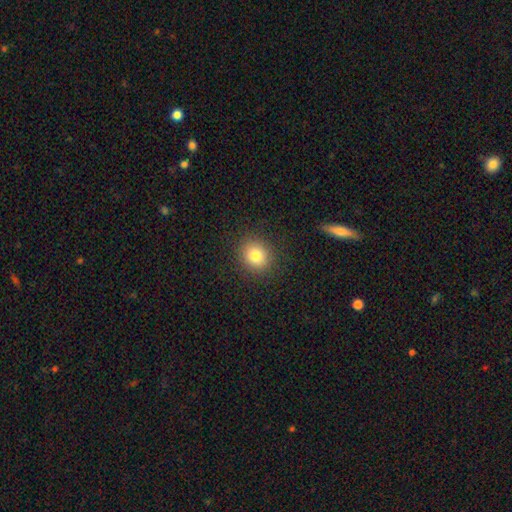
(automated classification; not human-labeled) Smooth or featured? Predicted: smooth (p=0.80). How rounded? Predicted: round (p=0.80). Merging? Predicted: none (p=0.90).